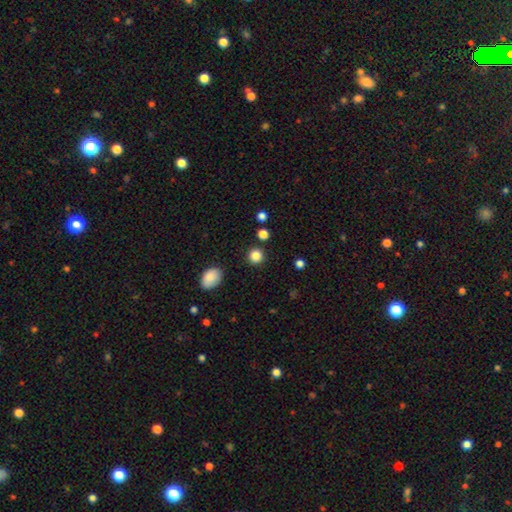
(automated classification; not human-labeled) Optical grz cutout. It shows a smooth galaxy with no disk features (85%) that is round (91%). Merging: none (89%).